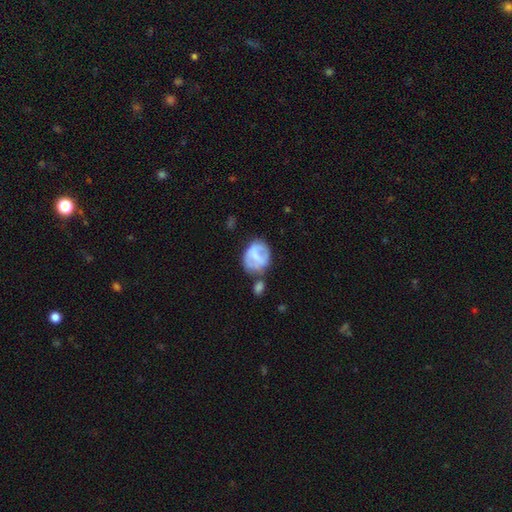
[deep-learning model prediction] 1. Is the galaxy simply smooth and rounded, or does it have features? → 51% smooth, 42% featured or disk, 7% star or artifact.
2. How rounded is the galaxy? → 54% in between, 44% round, 1% cigar-shaped.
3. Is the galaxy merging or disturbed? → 42% none, 27% minor disturbance, 16% merger, 15% major disturbance.